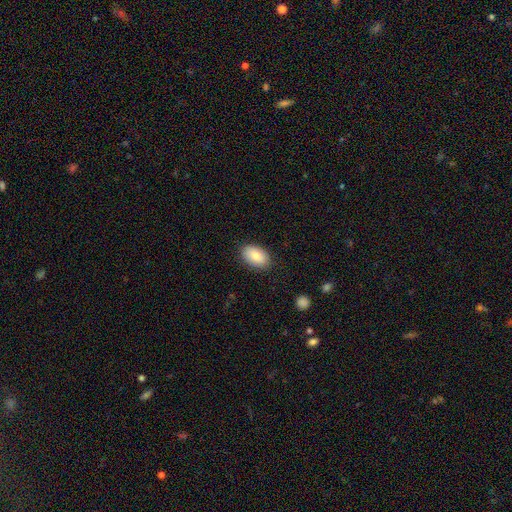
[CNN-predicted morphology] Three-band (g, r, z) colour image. It shows a smooth galaxy with no disk features (84%) that is in between round and cigar-shaped (92%). Merging: none (87%).